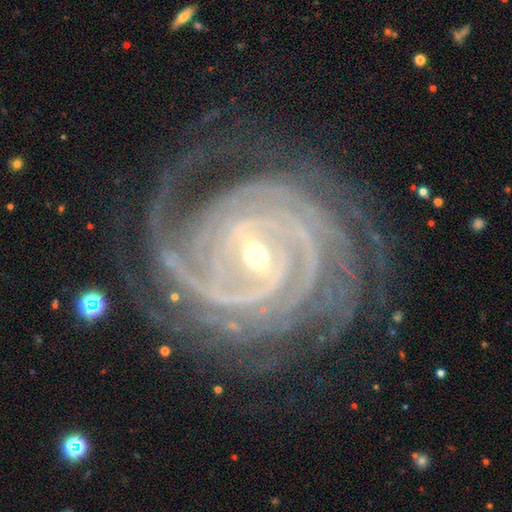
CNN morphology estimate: featured or disk 93%, star or artifact 4%, smooth 2%. Down the decision tree: edge-on disk — no (97%); bar — strong (52%); spiral arms — yes (99%); spiral arm count — 4 (28%); spiral winding — tight (82%); bulge size — small (60%); merging — none (78%).